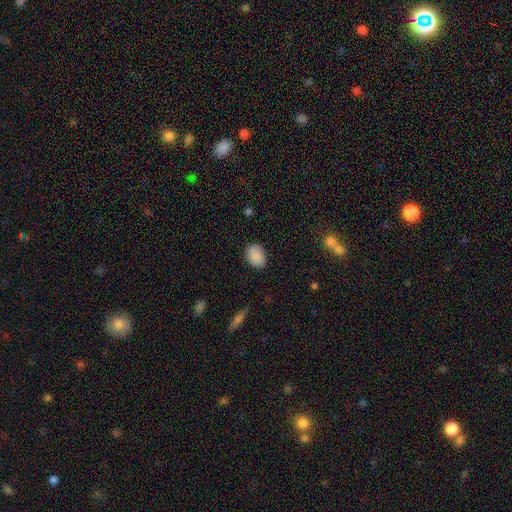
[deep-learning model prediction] A smooth galaxy with no disk features (88%) that is in between round and cigar-shaped (75%).

Vote fractions:
- Smooth or featured? smooth: 88% / star or artifact: 8% / featured or disk: 4%
- How rounded? in between: 75% / round: 24% / cigar-shaped: 1%
- Merging? none: 83% / minor disturbance: 13% / major disturbance: 3% / merger: 1%